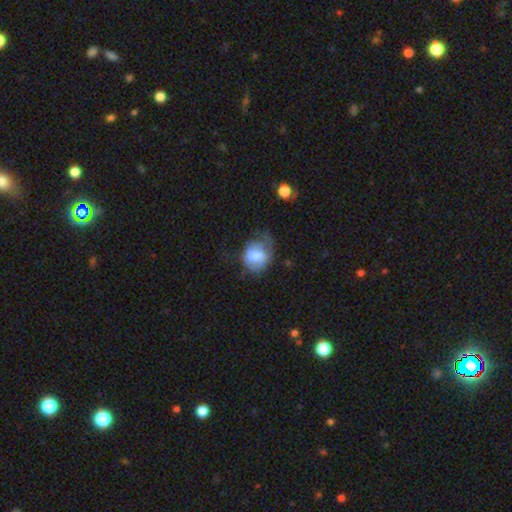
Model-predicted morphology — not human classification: This is likely a smooth galaxy (63%). How rounded: possibly round (51%). Merging: marginally none (34%, tied with minor disturbance).